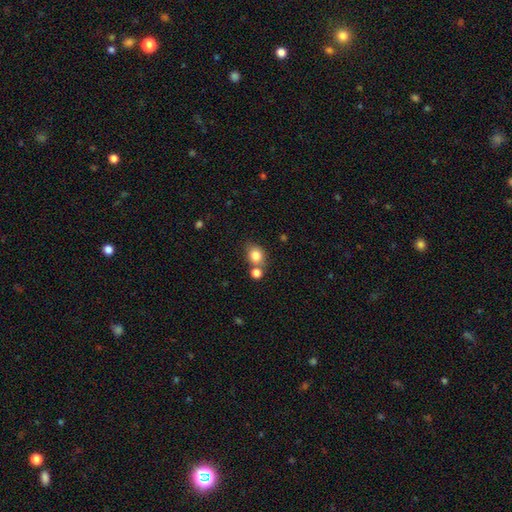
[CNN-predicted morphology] Overall: smooth (82%). How rounded: round (60%; in between 39%). Merging: none (58%; merger 27%).